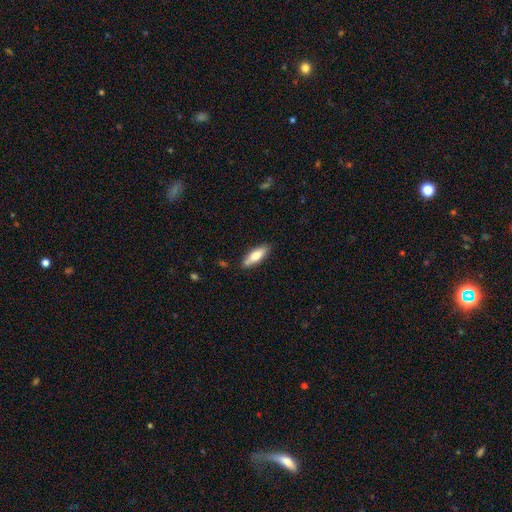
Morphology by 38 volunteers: Q: Smooth or featured?
A: smooth (68%); runner-up: featured or disk (29%)
Q: How rounded?
A: in between (62%); runner-up: cigar-shaped (38%)
Q: Merging?
A: none (89%); runner-up: minor disturbance (8%)